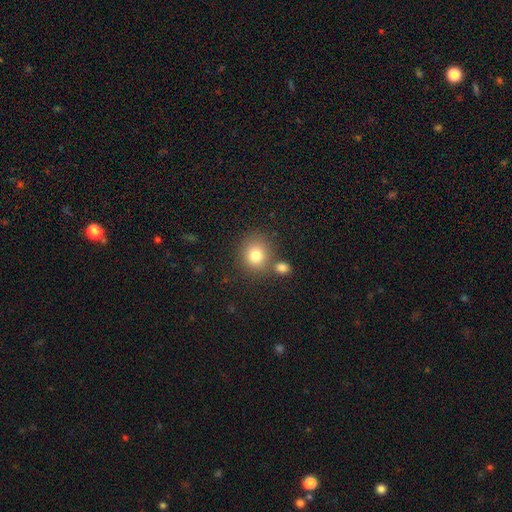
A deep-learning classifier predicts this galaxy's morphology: The model was most divided on "merging": none: 66%, merger: 19%, minor disturbance: 11%, major disturbance: 4%. More confident: how rounded — round (81%); smooth or featured — smooth (80%).